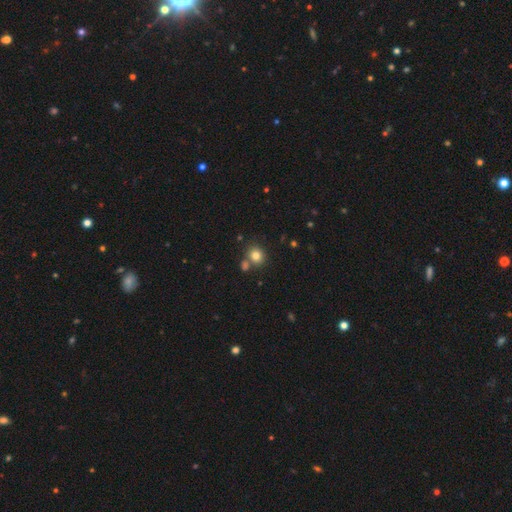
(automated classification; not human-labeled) This is clearly a smooth galaxy (80%). How rounded: clearly round (81%). Merging: likely none (71%).